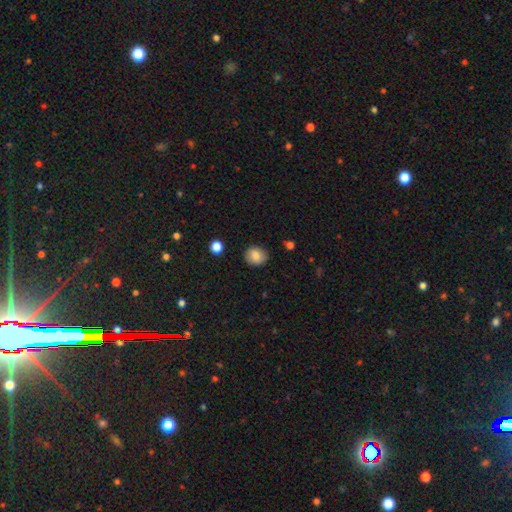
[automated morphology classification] The model was most divided on "how rounded": round: 76%, in between: 23%, cigar-shaped: 1%. More confident: merging — none (87%); smooth or featured — smooth (85%).